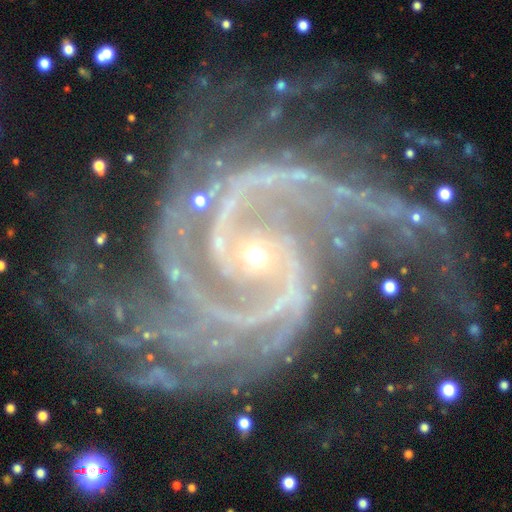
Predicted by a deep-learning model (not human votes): This appears to be a featured or disk galaxy (93%) with no bar (51%), 2 (37%) medium (50%) spiral arms (99%) and a small central bulge (83%). Merging: none (58%).